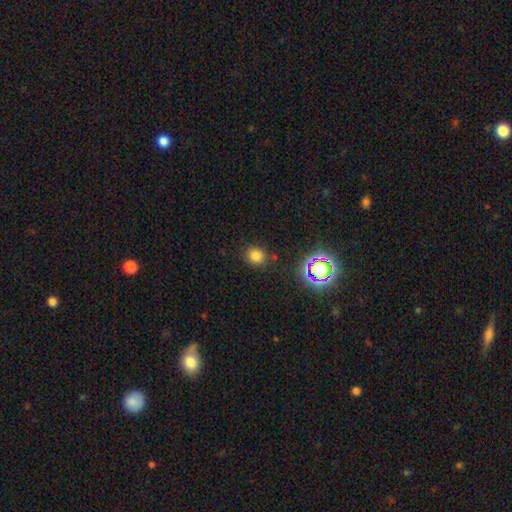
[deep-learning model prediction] Overall: smooth (74%). How rounded: round (78%). Merging: none (83%).